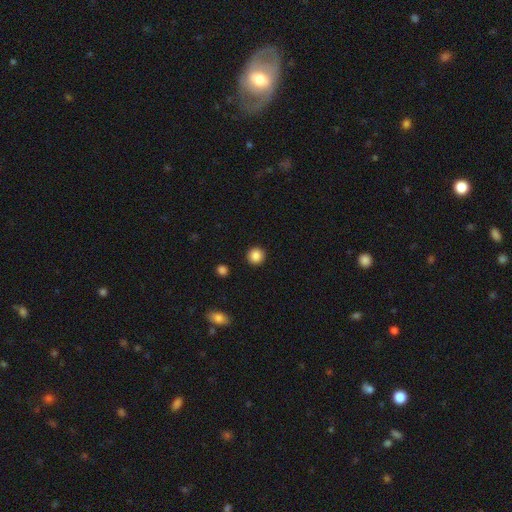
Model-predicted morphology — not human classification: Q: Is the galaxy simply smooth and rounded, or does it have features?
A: smooth — 87%.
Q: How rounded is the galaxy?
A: round — 95%.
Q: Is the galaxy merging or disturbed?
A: none — 93%.